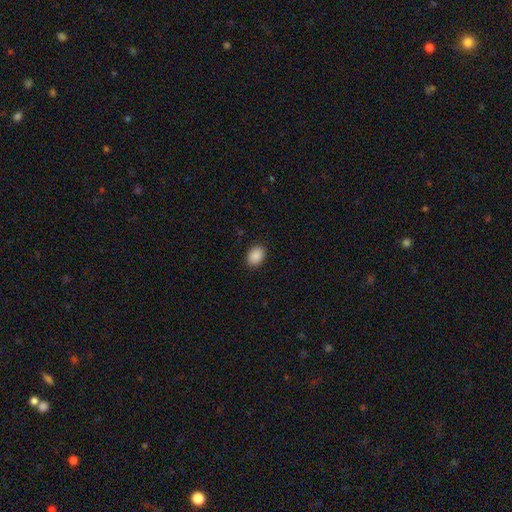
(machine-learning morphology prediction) Overall: smooth (90%). How rounded: in between (74%). Merging: none (90%).